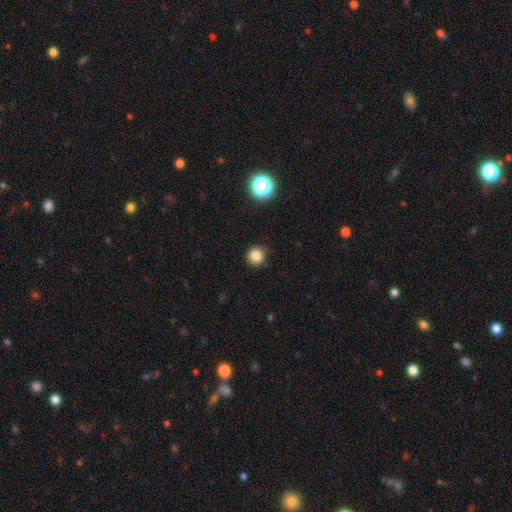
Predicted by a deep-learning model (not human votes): Smooth or featured? smooth (83%)
How rounded? round (91%)
Merging? none (89%)